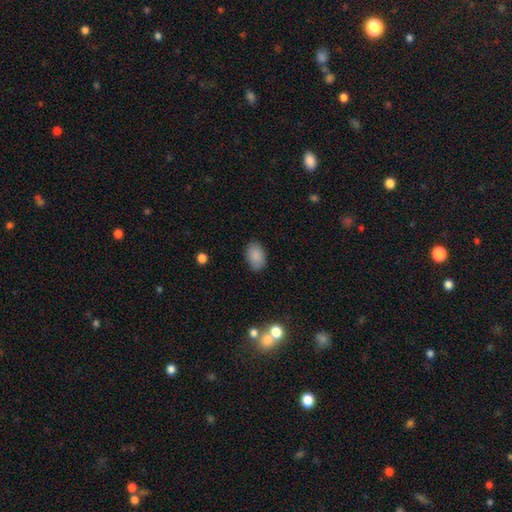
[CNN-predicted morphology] Smooth or featured? smooth (88%)
How rounded? in between (89%)
Merging? none (86%)